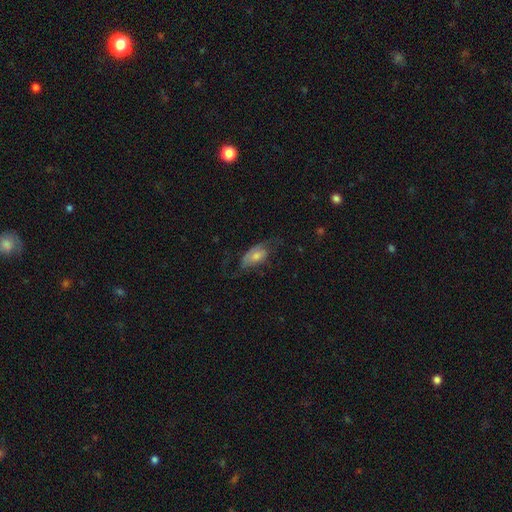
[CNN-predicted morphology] A smooth galaxy with no disk features (53%) that is in between round and cigar-shaped (88%). Merging: none (44%).